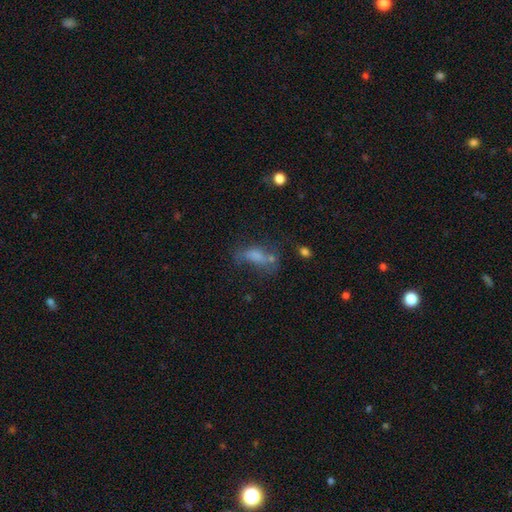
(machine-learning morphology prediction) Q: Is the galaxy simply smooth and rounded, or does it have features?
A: smooth — 50%.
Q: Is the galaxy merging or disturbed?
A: none — 40%.